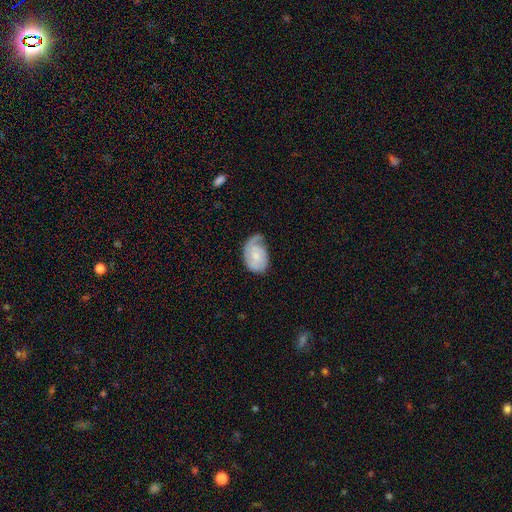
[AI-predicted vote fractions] Overall: featured or disk (53%; smooth 41%). Edge-on disk: no (96%). Bar: no (71%). Spiral arms: yes (85%). Bulge size: small (46%; moderate 34%). Merging: none (40%; minor disturbance 37%).